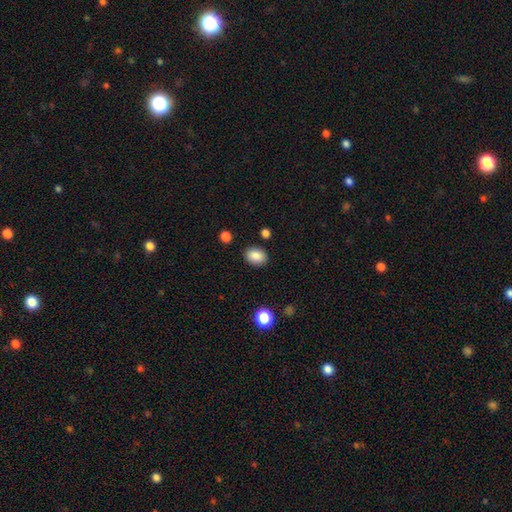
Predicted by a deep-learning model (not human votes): A smooth galaxy with no disk features (88%) that is in between round and cigar-shaped (73%).

Vote fractions:
- Smooth or featured? smooth: 88% / star or artifact: 8% / featured or disk: 4%
- How rounded? in between: 73% / round: 26% / cigar-shaped: 1%
- Merging? none: 86% / minor disturbance: 9% / major disturbance: 2% / merger: 2%